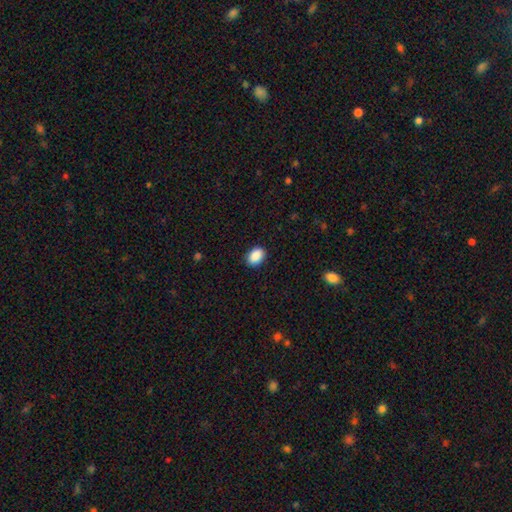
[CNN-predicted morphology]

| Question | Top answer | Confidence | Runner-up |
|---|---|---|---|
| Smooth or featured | smooth | 90% | star or artifact (7%) |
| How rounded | in between | 78% | round (21%) |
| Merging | none | 89% | minor disturbance (8%) |